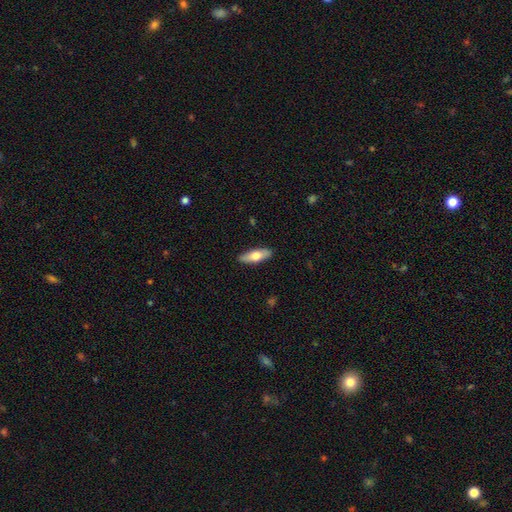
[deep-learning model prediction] The model was most divided on "how rounded": in between: 59%, cigar-shaped: 39%, round: 2%. More confident: merging — none (88%); smooth or featured — smooth (66%).